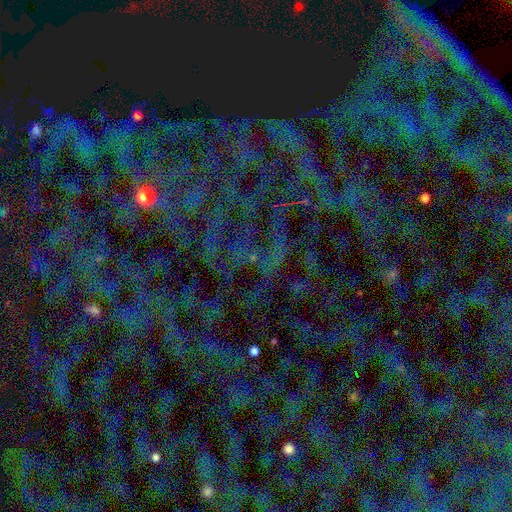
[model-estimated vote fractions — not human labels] star or artifact 76%, smooth 15%, featured or disk 9%.